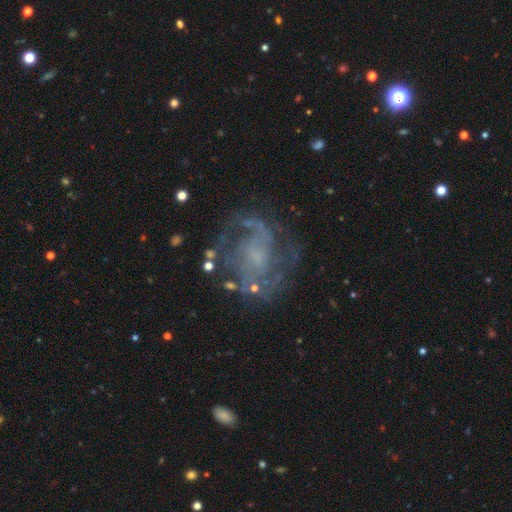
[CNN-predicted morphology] Smooth or featured: featured or disk — 83% (star or artifact — 9%)
Edge-on disk: no — 98% (yes — 2%)
Bar: no — 56% (weak — 35%)
Spiral arms: yes — 91% (no — 9%)
Spiral winding: medium — 49% (tight — 29%)
Spiral arm count: 2 — 60% (can't tell — 16%)
Bulge size: small — 39% (none — 38%)
Merging: none — 66% (minor disturbance — 16%)